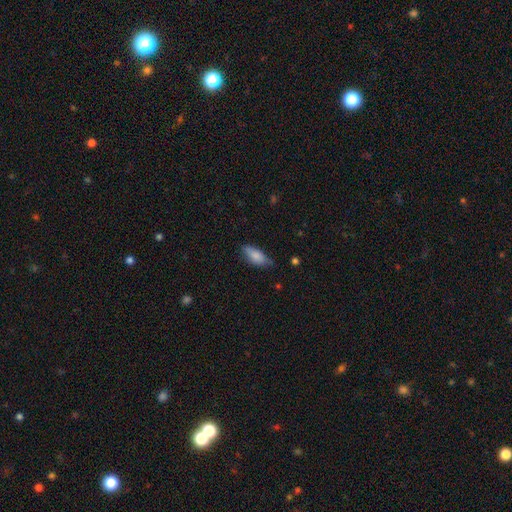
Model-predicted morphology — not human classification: Smooth or featured: smooth — 82% (featured or disk — 11%)
How rounded: in between — 79% (cigar-shaped — 19%)
Merging: none — 65% (minor disturbance — 28%)